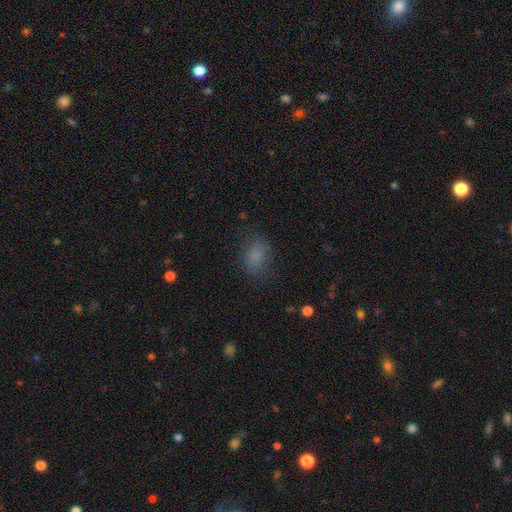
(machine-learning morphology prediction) Q: Smooth or featured?
A: smooth (78%); runner-up: star or artifact (13%)
Q: How rounded?
A: in between (77%); runner-up: round (22%)
Q: Merging?
A: none (69%); runner-up: minor disturbance (20%)